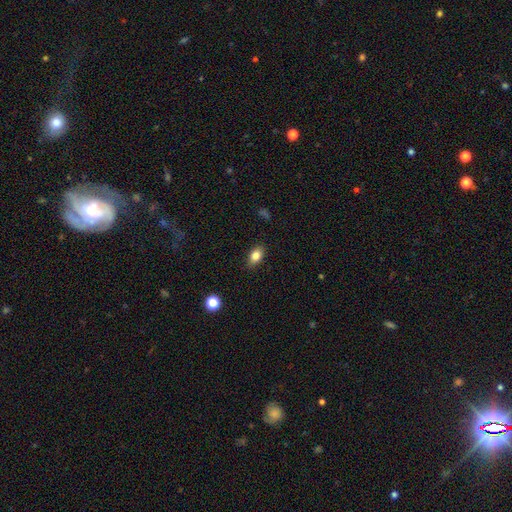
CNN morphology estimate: Smooth or featured? Predicted: smooth (p=0.82). How rounded? Predicted: in between (p=0.85). Merging? Predicted: none (p=0.86).